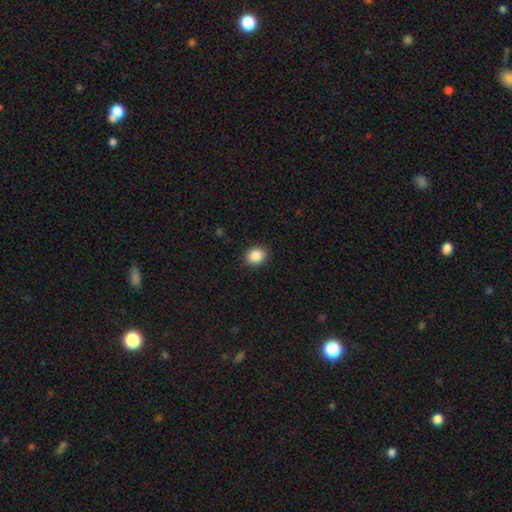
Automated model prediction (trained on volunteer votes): smooth-or-featured: smooth: 88% | star or artifact: 8% | featured or disk: 3%
  how-rounded: round: 62% | in between: 37% | cigar-shaped: 1%
  merging: none: 90% | minor disturbance: 7% | major disturbance: 2% | merger: 1%